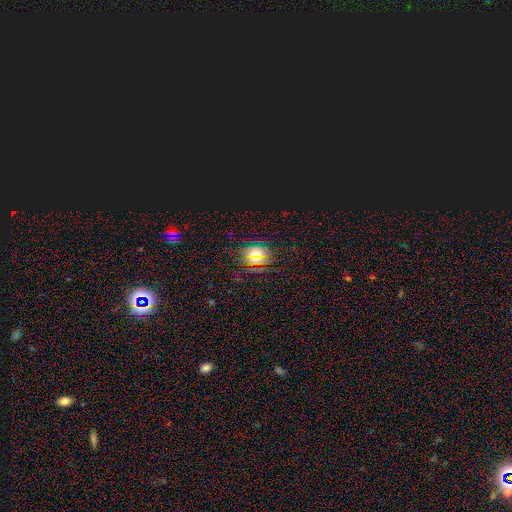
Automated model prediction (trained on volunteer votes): smooth_or_featured: star or artifact (p=0.45) [alt: smooth p=0.42]